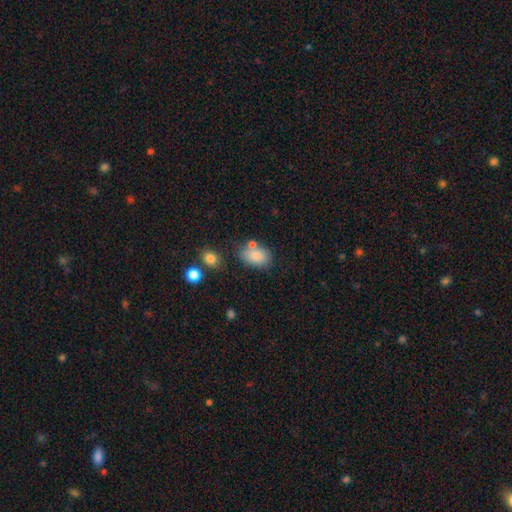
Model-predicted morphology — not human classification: Q: Smooth or featured?
A: smooth (83%); runner-up: star or artifact (9%)
Q: How rounded?
A: in between (84%); runner-up: round (15%)
Q: Merging?
A: none (60%); runner-up: minor disturbance (19%)